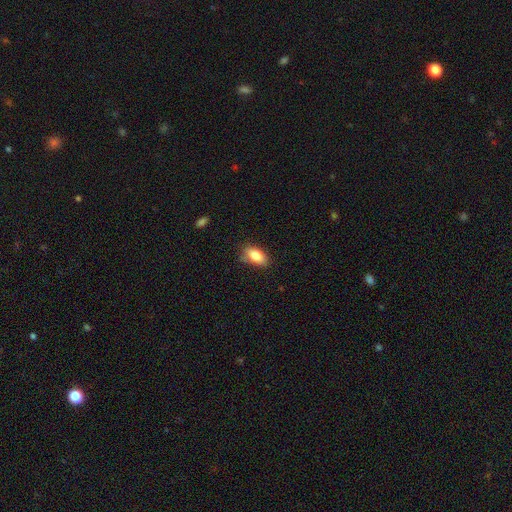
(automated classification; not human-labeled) The model was most divided on "merging": none: 74%, minor disturbance: 20%, major disturbance: 4%, merger: 2%. More confident: how rounded — in between (90%); smooth or featured — smooth (85%).